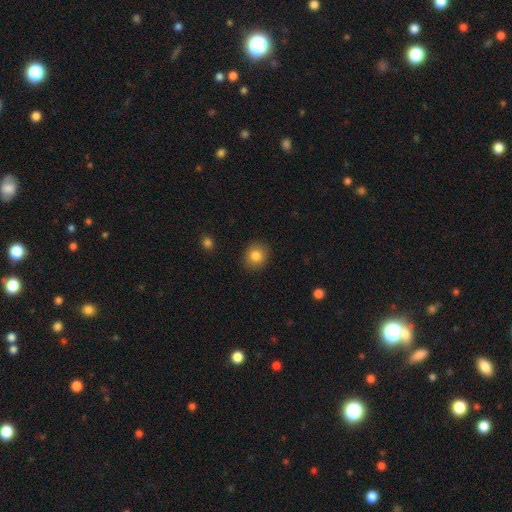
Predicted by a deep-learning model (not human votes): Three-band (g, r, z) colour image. It shows a smooth galaxy with no disk features (83%) that is round (79%). Merging: none (90%).